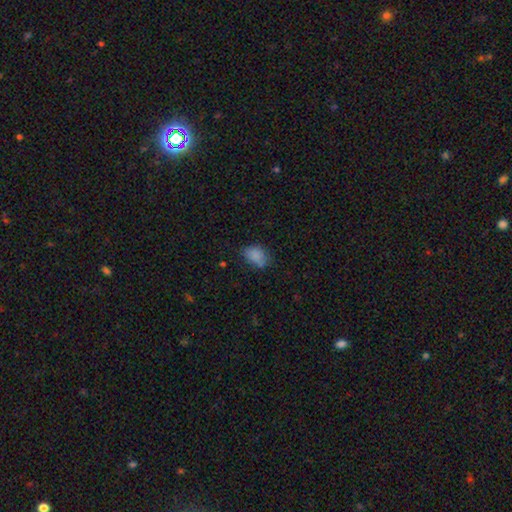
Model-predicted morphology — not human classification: This is clearly a smooth galaxy (82%). How rounded: likely in between (79%). Merging: likely none (61%).